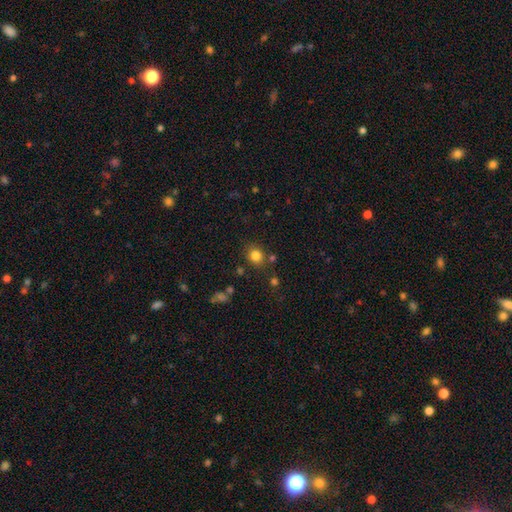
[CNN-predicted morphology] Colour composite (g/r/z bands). It shows a smooth galaxy with no disk features (82%) that is round (77%). Merging: none (80%).